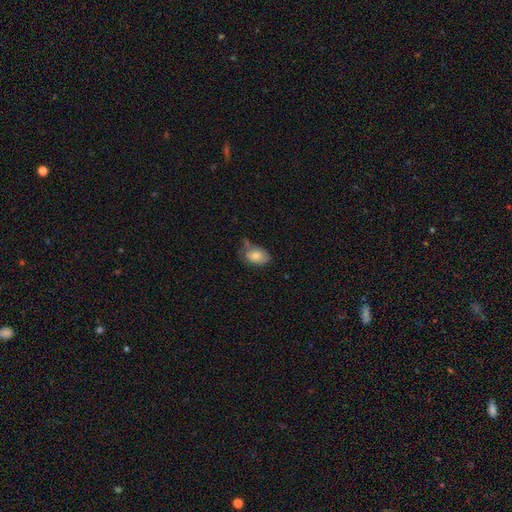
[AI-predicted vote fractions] Morphology: type=smooth (76%); roundness=in between (84%); merging=none (50%).